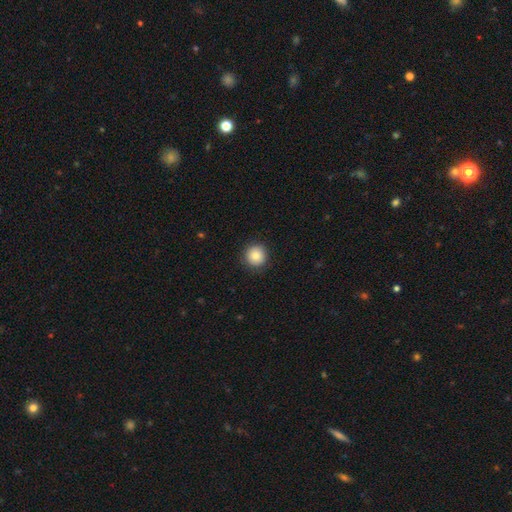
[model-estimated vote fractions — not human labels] A smooth galaxy with no disk features (85%) that is round (95%).

Vote fractions:
- Smooth or featured? smooth: 85% / star or artifact: 9% / featured or disk: 6%
- How rounded? round: 95% / in between: 5% / cigar-shaped: 1%
- Merging? none: 90% / minor disturbance: 7% / major disturbance: 2% / merger: 1%